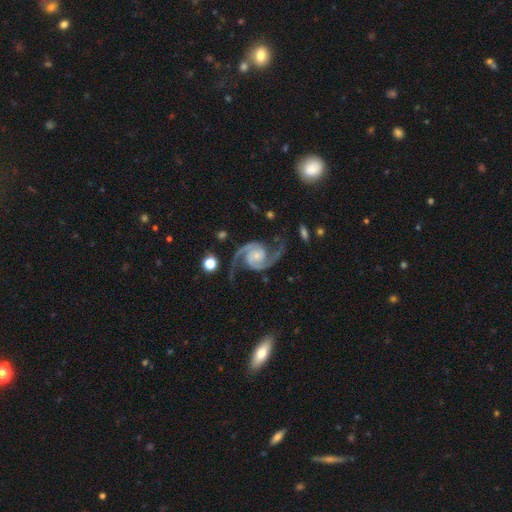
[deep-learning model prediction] Smooth or featured?
  - featured or disk: 94% *
  - star or artifact: 4%
  - smooth: 2%
Edge-on disk?
  - no: 98% *
  - yes: 2%
Bar?
  - no: 68% *
  - weak: 24%
  - strong: 8%
Spiral arms?
  - yes: 99% *
  - no: 1%
Spiral winding?
  - medium: 59% *
  - loose: 25%
  - tight: 16%
Spiral arm count?
  - 2: 95% *
  - can't tell: 1%
  - 3: 1%
  - 1: 1%
  - 4: 1%
  - more than 4: 1%
Bulge size?
  - small: 55% *
  - moderate: 26%
  - none: 12%
  - large: 5%
  - dominant: 2%
Merging?
  - none: 77% *
  - minor disturbance: 14%
  - major disturbance: 7%
  - merger: 2%